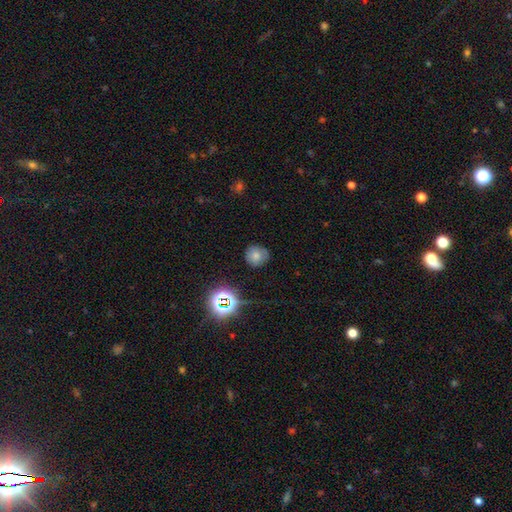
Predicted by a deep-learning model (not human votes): This appears to be a smooth galaxy with no disk features (71%) that is round (90%). Merging: none (81%).